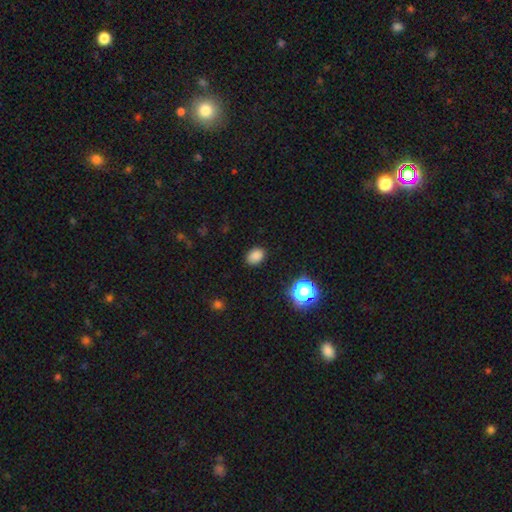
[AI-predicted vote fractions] Smooth or featured?
  - smooth: 83% *
  - star or artifact: 13%
  - featured or disk: 4%
How rounded?
  - in between: 72% *
  - round: 26%
  - cigar-shaped: 1%
Merging?
  - none: 86% *
  - minor disturbance: 10%
  - major disturbance: 3%
  - merger: 1%